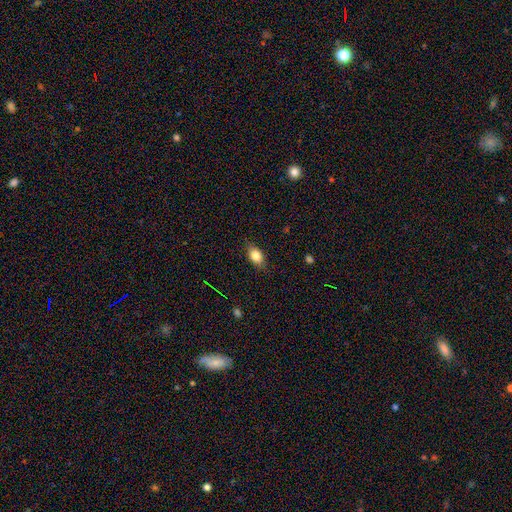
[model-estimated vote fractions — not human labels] This appears to be a smooth galaxy with no disk features (82%) that is in between round and cigar-shaped (83%). Merging: none (82%).